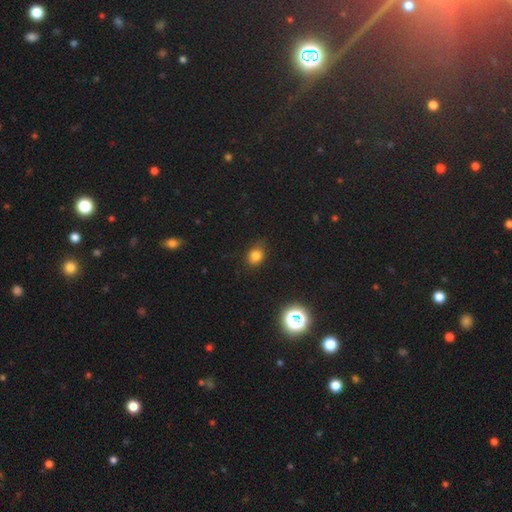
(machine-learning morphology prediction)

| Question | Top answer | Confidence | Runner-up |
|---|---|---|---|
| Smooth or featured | smooth | 78% | star or artifact (16%) |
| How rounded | round | 54% | in between (45%) |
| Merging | none | 76% | minor disturbance (18%) |